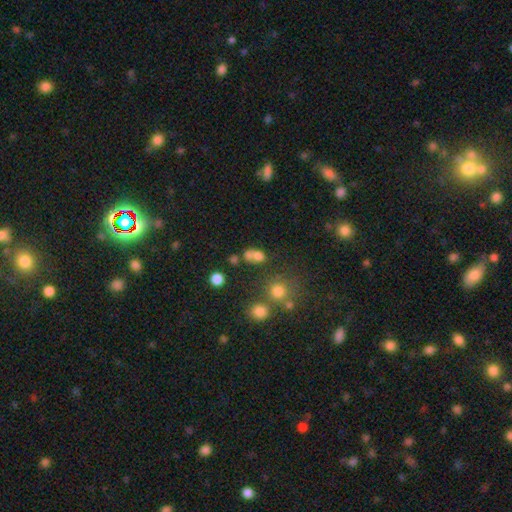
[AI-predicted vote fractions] The model was most divided on "merging": merger: 40%, none: 36%, minor disturbance: 14%, major disturbance: 10%. More confident: smooth or featured — smooth (69%); how rounded — in between (57%).